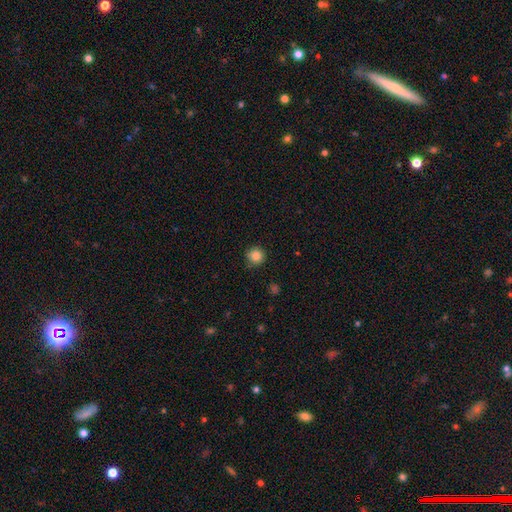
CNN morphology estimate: smooth-or-featured: smooth: 85% | star or artifact: 10% | featured or disk: 4%
  how-rounded: round: 93% | in between: 6% | cigar-shaped: 1%
  merging: none: 85% | minor disturbance: 11% | major disturbance: 2% | merger: 1%